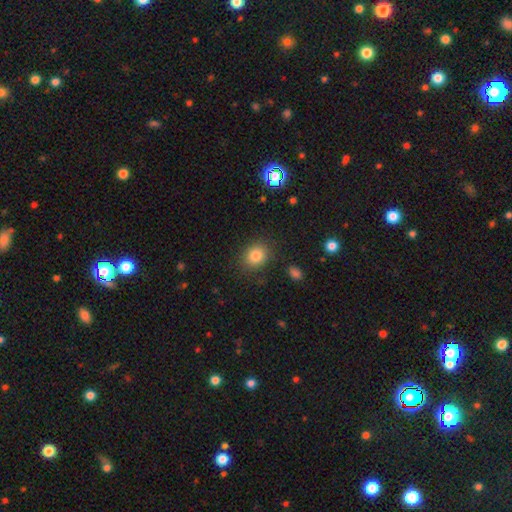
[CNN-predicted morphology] smooth_or_featured: smooth (p=0.82) [alt: star or artifact p=0.11]
how_rounded: round (p=0.66) [alt: in between p=0.33]
merging: none (p=0.85) [alt: minor disturbance p=0.10]